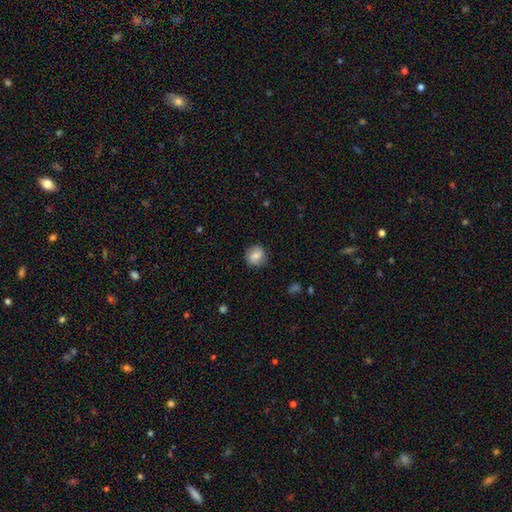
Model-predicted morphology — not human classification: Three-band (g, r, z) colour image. It shows a smooth galaxy with no disk features (75%) that is round (86%). Merging: none (84%).